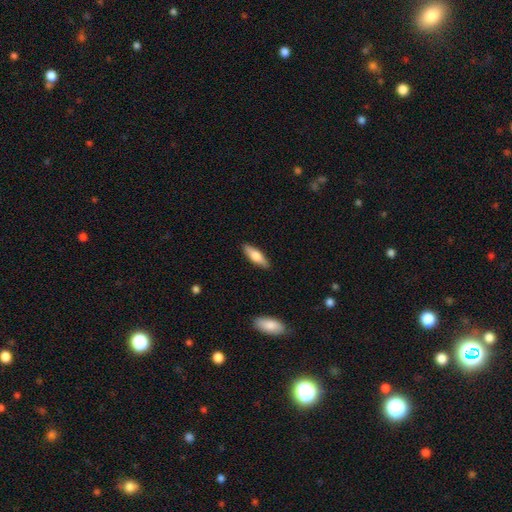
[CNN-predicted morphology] Smooth or featured? smooth (65%)
How rounded? cigar-shaped (52%)
Merging? none (88%)